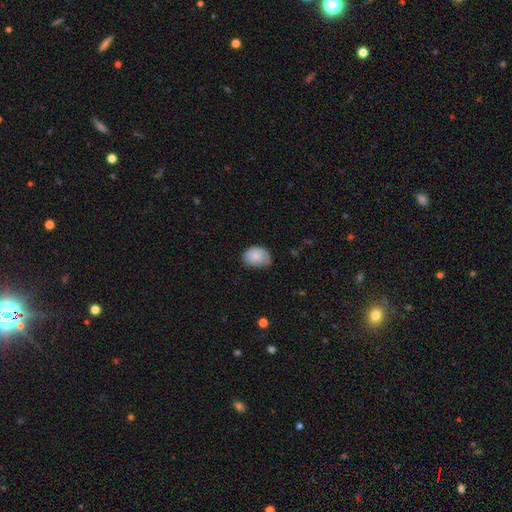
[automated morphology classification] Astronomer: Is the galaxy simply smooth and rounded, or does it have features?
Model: smooth — 83%.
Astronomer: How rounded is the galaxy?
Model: in between — 74%.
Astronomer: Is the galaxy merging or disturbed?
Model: none — 57% (runner-up: minor disturbance, 35%).